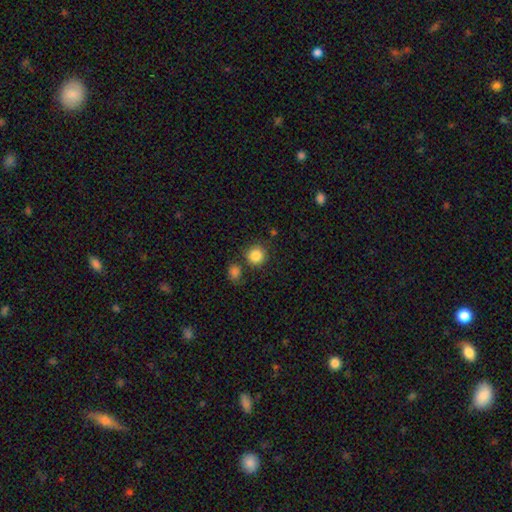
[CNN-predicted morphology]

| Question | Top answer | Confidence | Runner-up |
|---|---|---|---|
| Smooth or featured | smooth | 86% | star or artifact (9%) |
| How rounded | round | 91% | in between (8%) |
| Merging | none | 79% | merger (9%) |